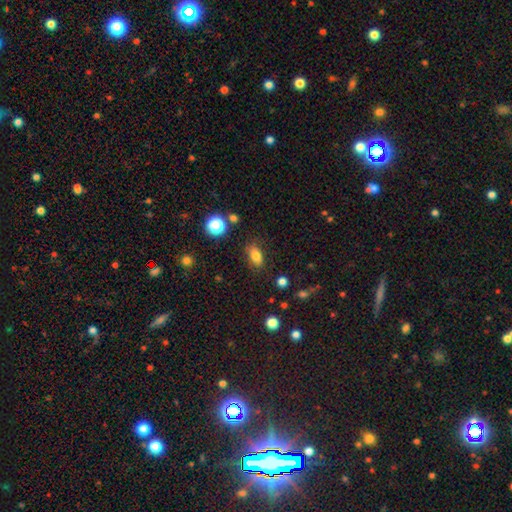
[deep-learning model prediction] Smooth or featured? smooth (79%)
How rounded? in between (83%)
Merging? none (79%)